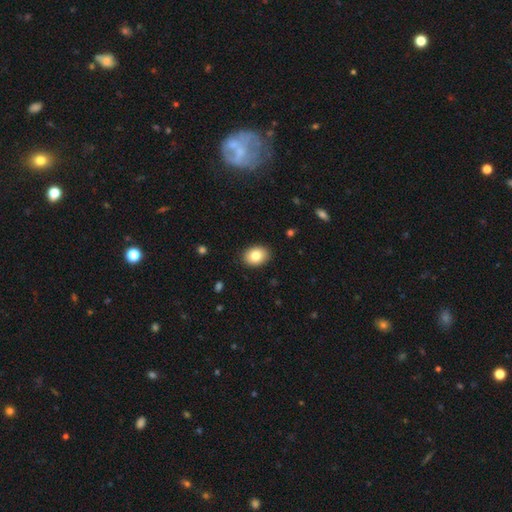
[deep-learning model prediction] This is clearly a smooth galaxy (82%). How rounded: likely in between (70%). Merging: clearly none (89%).